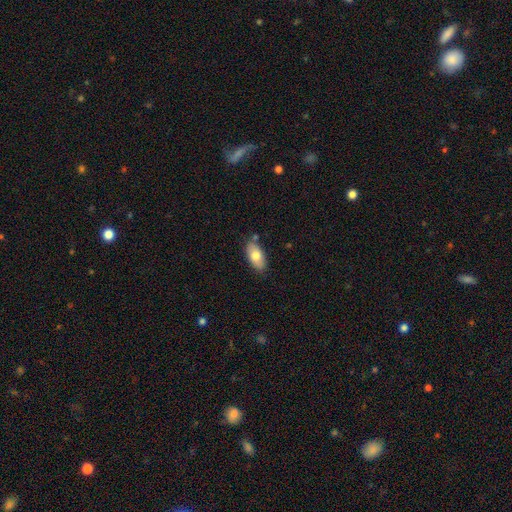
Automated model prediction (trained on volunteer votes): A smooth galaxy with no disk features (74%) that is in between round and cigar-shaped (92%).

Vote fractions:
- Smooth or featured? smooth: 74% / featured or disk: 19% / star or artifact: 6%
- How rounded? in between: 92% / cigar-shaped: 5% / round: 3%
- Merging? none: 79% / minor disturbance: 14% / merger: 4% / major disturbance: 2%